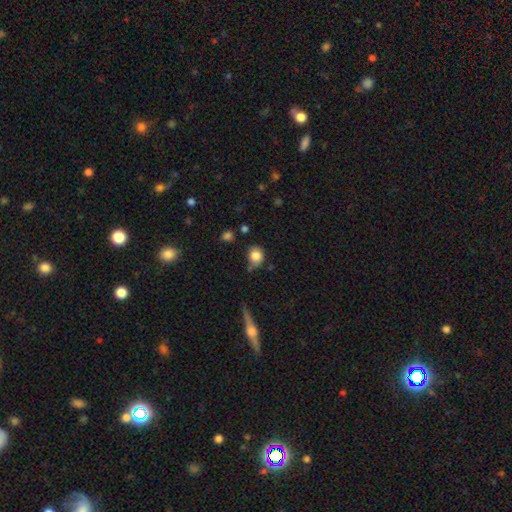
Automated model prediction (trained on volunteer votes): Smooth or featured: smooth — 82% (star or artifact — 10%)
How rounded: round — 69% (in between — 30%)
Merging: none — 56% (minor disturbance — 29%)